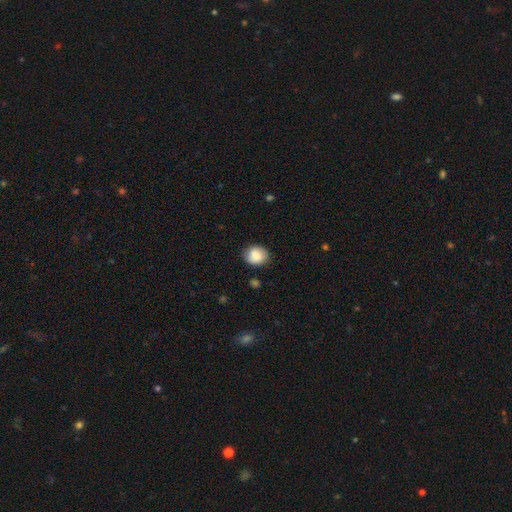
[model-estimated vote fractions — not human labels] This appears to be a smooth galaxy with no disk features (86%) that is round (65%). Merging: none (80%).